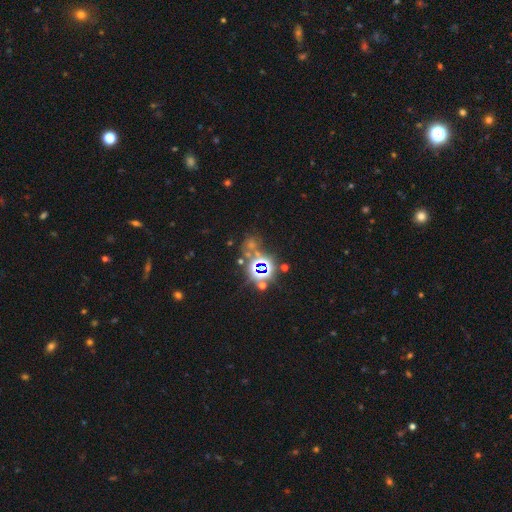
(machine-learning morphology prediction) A star or artifact, not a galaxy (76%).

Vote fractions:
- Smooth or featured? star or artifact: 76% / smooth: 14% / featured or disk: 10%